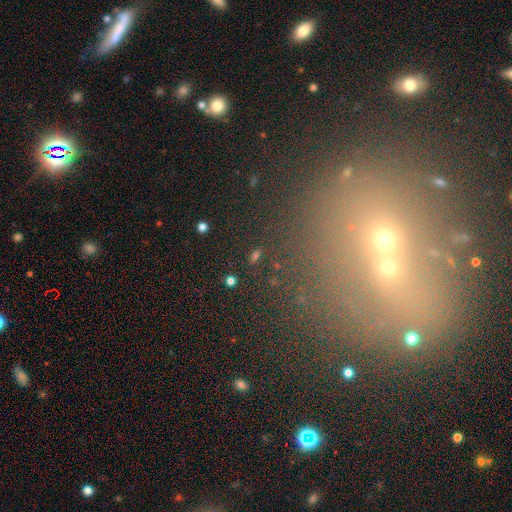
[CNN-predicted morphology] Overall: star or artifact (52%; smooth 31%).